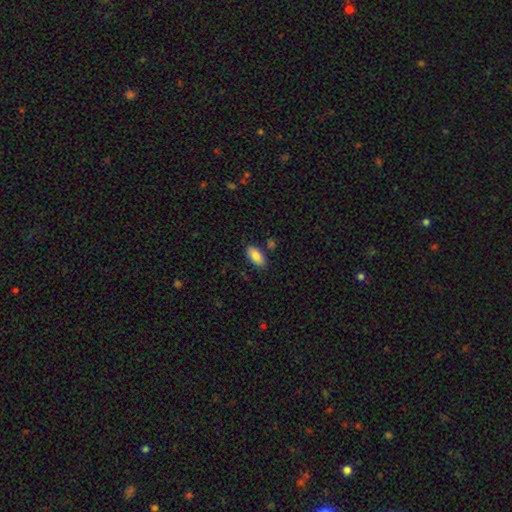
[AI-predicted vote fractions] A smooth galaxy with no disk features (84%) that is in between round and cigar-shaped (93%). Merging: none (84%).